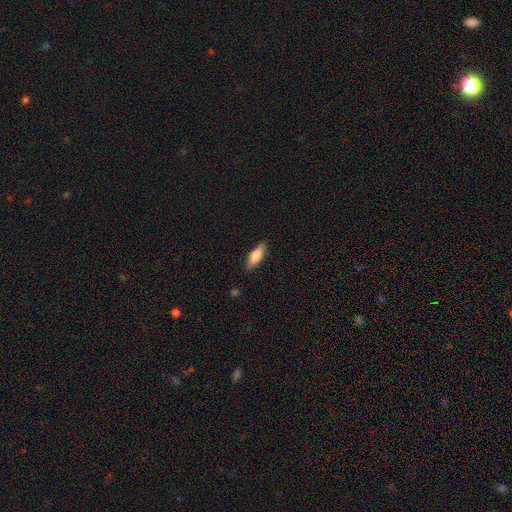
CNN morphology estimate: Overall: smooth (72%). How rounded: in between (56%; cigar-shaped 42%). Merging: none (86%).